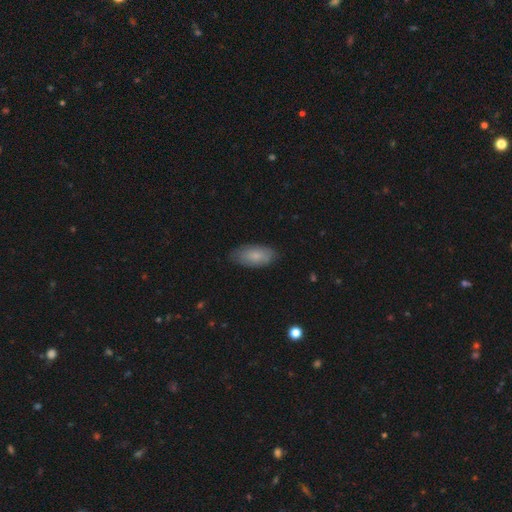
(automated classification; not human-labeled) Smooth or featured: smooth — 78% (featured or disk — 16%)
How rounded: in between — 91% (cigar-shaped — 6%)
Merging: none — 79% (minor disturbance — 17%)